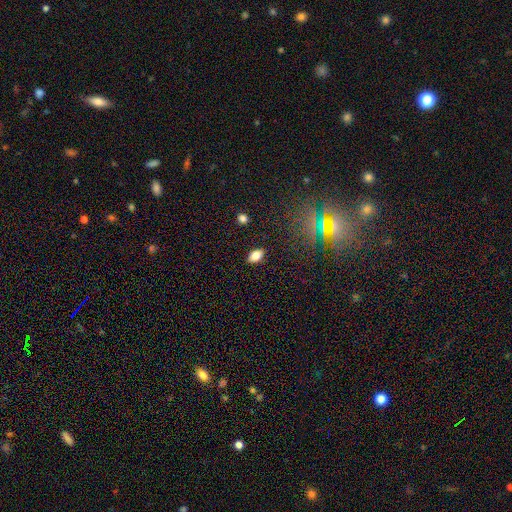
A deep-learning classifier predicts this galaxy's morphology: smooth-or-featured: smooth: 80% | star or artifact: 11% | featured or disk: 10%
  how-rounded: in between: 91% | round: 6% | cigar-shaped: 3%
  merging: none: 88% | minor disturbance: 9% | major disturbance: 2% | merger: 1%